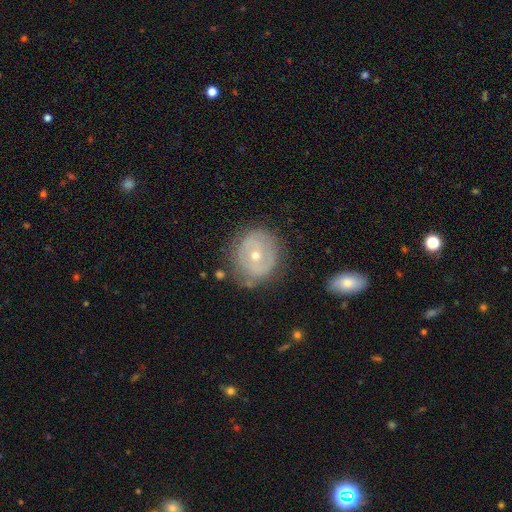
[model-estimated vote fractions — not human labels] Smooth or featured? Predicted: featured or disk (p=0.61). Edge-on disk? Predicted: no (p=0.96). Bar? Predicted: no (p=0.67). Spiral arms? Predicted: no (p=0.54). Bulge size? Predicted: moderate (p=0.49, tied with small). Merging? Predicted: none (p=0.74).